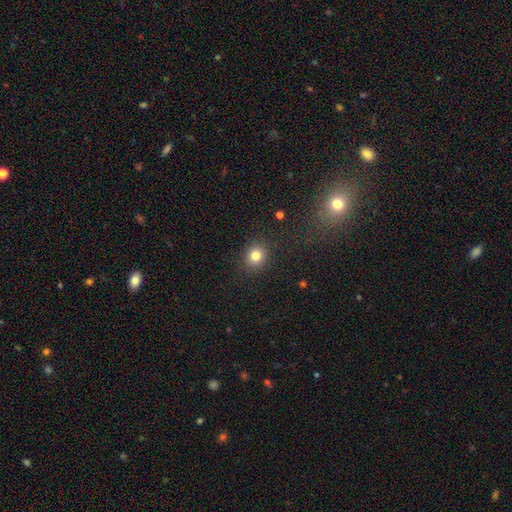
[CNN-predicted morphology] smooth 81%, star or artifact 12%, featured or disk 7%. Down the decision tree: how rounded — round (76%); merging — none (88%).